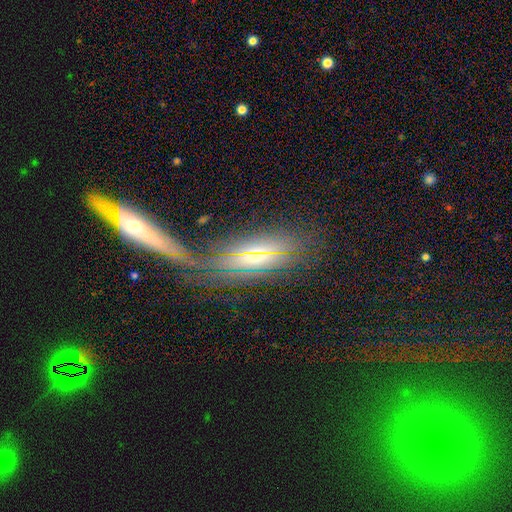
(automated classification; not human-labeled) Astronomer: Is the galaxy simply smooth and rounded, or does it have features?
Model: featured or disk — 45% (runner-up: smooth, 34%).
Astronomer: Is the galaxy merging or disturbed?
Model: none — 70%.